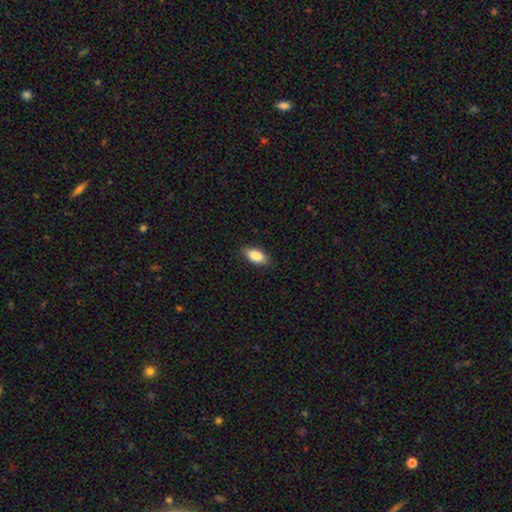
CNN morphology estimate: This is clearly a smooth galaxy (87%). How rounded: clearly in between (90%). Merging: clearly none (86%).